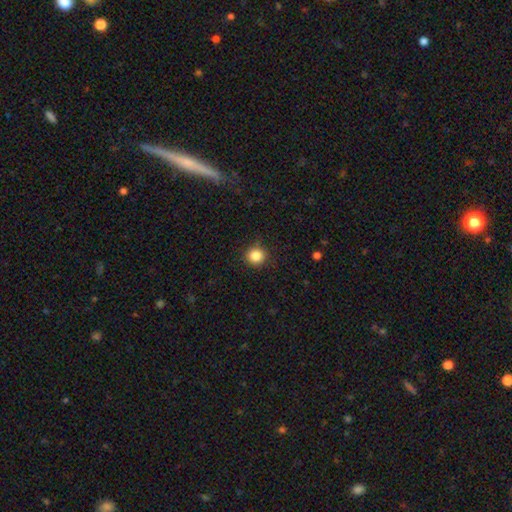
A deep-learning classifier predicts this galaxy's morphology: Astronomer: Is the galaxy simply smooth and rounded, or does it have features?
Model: smooth — 85%.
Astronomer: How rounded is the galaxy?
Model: round — 91%.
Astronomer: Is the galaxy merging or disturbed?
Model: none — 88%.